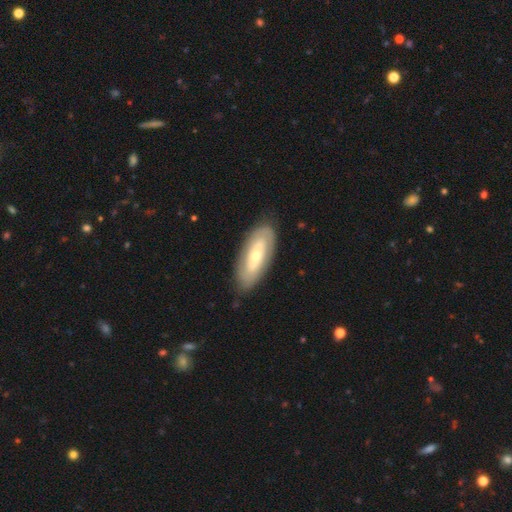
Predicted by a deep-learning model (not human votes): This is likely a featured or disk galaxy (60%). It is clearly not viewed edge-on (86%). Bar: likely no (64%). Spiral arm pattern: possibly no (50%, tied with yes). Central bulge: possibly small (49%). Merging: clearly none (83%).